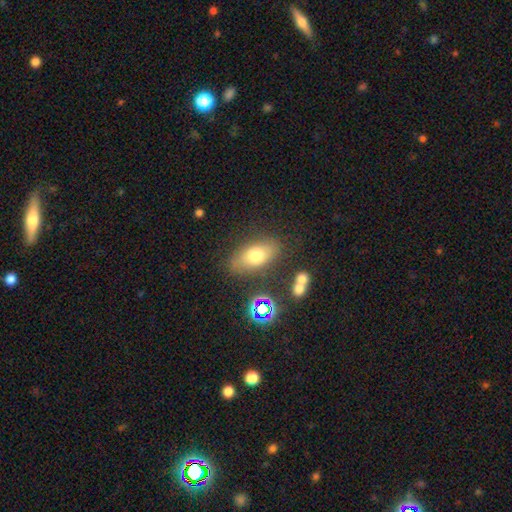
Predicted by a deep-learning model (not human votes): Smooth or featured? Predicted: smooth (p=0.69). How rounded? Predicted: in between (p=0.85). Merging? Predicted: none (p=0.76).